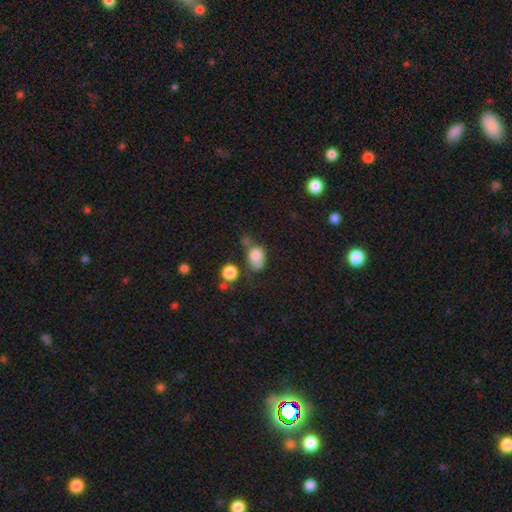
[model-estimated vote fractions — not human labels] Smooth or featured?
  - smooth: 78% *
  - featured or disk: 11%
  - star or artifact: 11%
How rounded?
  - in between: 69% *
  - round: 30%
  - cigar-shaped: 2%
Merging?
  - none: 36% *
  - minor disturbance: 27%
  - merger: 20%
  - major disturbance: 17%